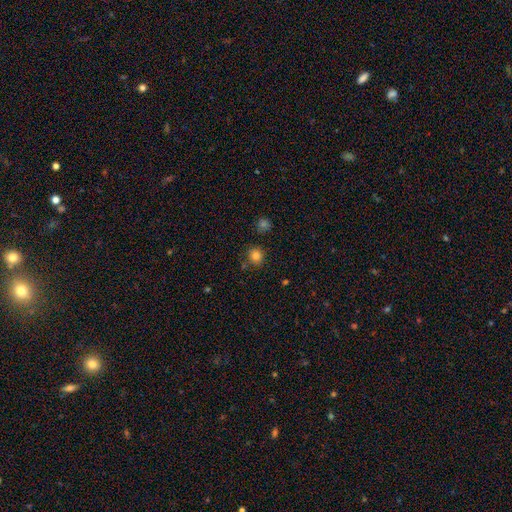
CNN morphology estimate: Smooth or featured: smooth — 81% (star or artifact — 13%)
How rounded: round — 89% (in between — 10%)
Merging: none — 82% (minor disturbance — 10%)